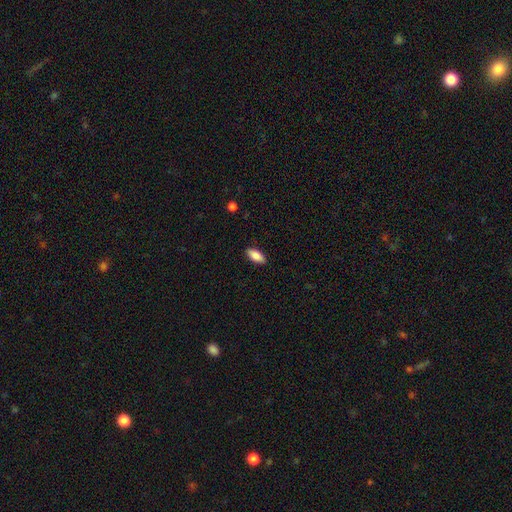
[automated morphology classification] Smooth or featured: smooth — 85% (featured or disk — 9%)
How rounded: in between — 85% (cigar-shaped — 13%)
Merging: none — 89% (minor disturbance — 9%)